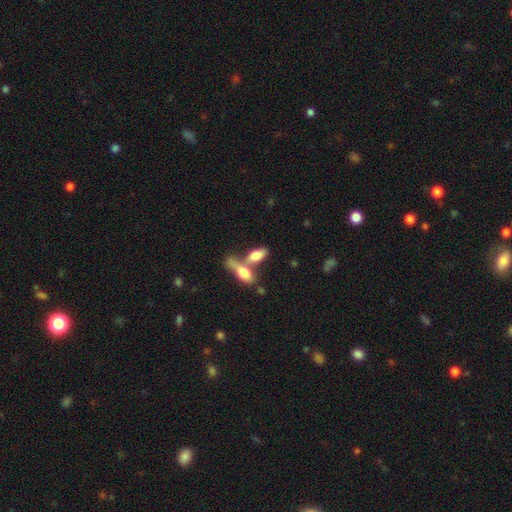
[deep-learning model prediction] Smooth or featured: smooth — 74% (featured or disk — 19%)
How rounded: in between — 79% (cigar-shaped — 17%)
Merging: merger — 57% (none — 29%)